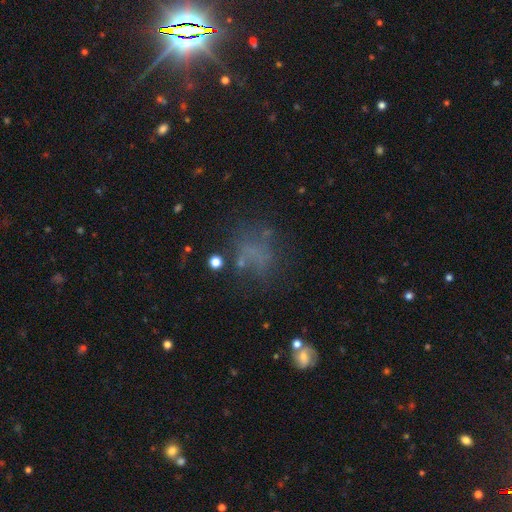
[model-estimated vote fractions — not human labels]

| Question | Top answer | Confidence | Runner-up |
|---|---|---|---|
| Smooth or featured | smooth | 41% | star or artifact (34%) |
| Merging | none | 56% | major disturbance (20%) |